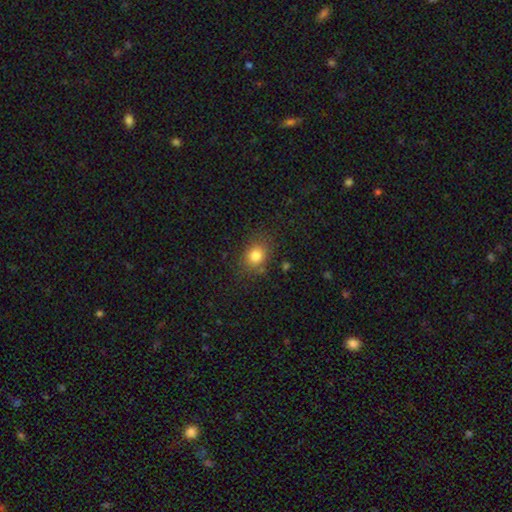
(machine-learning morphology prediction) smooth-or-featured: smooth: 81% | star or artifact: 12% | featured or disk: 7%
  how-rounded: round: 53% | in between: 46% | cigar-shaped: 1%
  merging: none: 79% | minor disturbance: 14% | major disturbance: 5% | merger: 2%